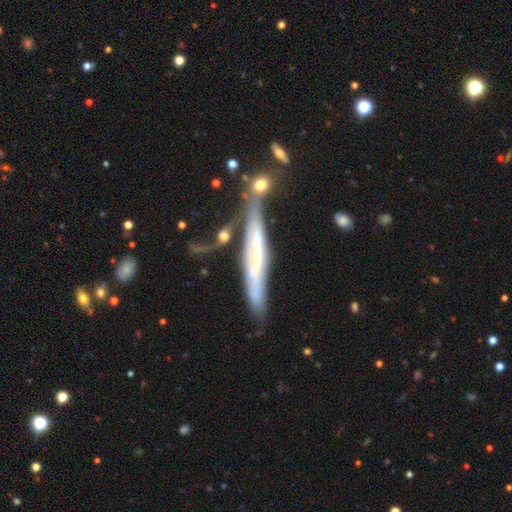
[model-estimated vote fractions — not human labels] Overall: featured or disk (71%). Edge-on disk: yes (80%). Edge-on bulge: none (52%; rounded 38%). Merging: none (56%; minor disturbance 22%).